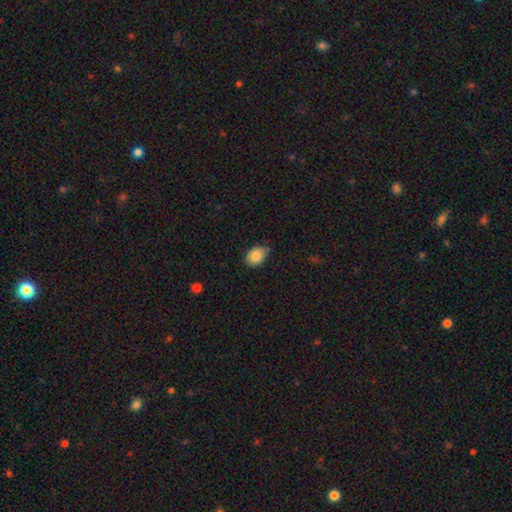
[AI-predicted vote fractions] smooth-or-featured: smooth: 85% | star or artifact: 8% | featured or disk: 7%
  how-rounded: in between: 71% | round: 28% | cigar-shaped: 1%
  merging: none: 64% | minor disturbance: 30% | major disturbance: 4% | merger: 2%